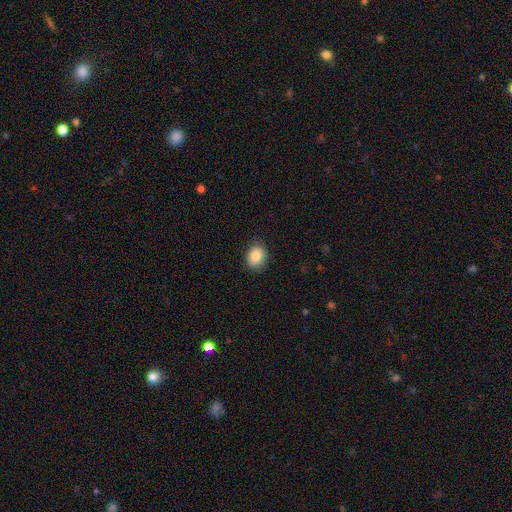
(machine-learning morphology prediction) This is clearly a smooth galaxy (85%). How rounded: possibly in between (52%). Merging: clearly none (85%).